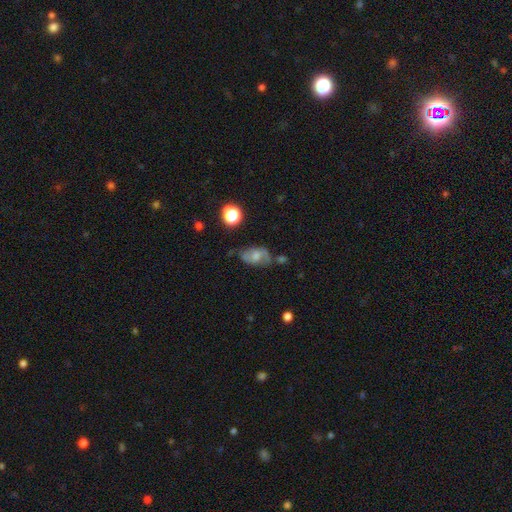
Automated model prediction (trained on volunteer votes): A smooth galaxy with no disk features (45%).

Vote fractions:
- Smooth or featured? smooth: 45% / featured or disk: 44% / star or artifact: 12%
- Merging? none: 50% / minor disturbance: 30% / major disturbance: 14% / merger: 7%